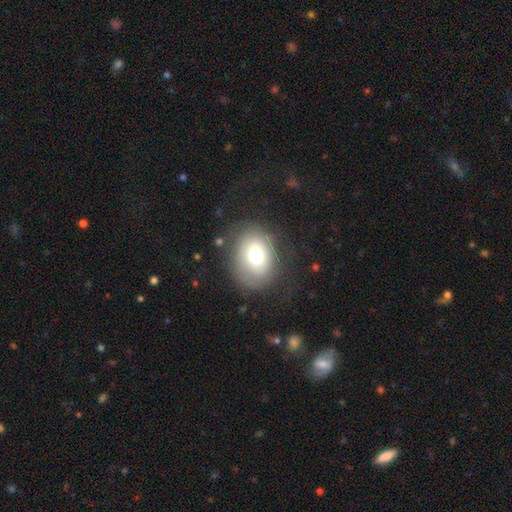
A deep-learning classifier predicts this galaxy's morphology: This is likely a smooth galaxy (68%). How rounded: possibly in between (54%). Merging: likely none (67%).